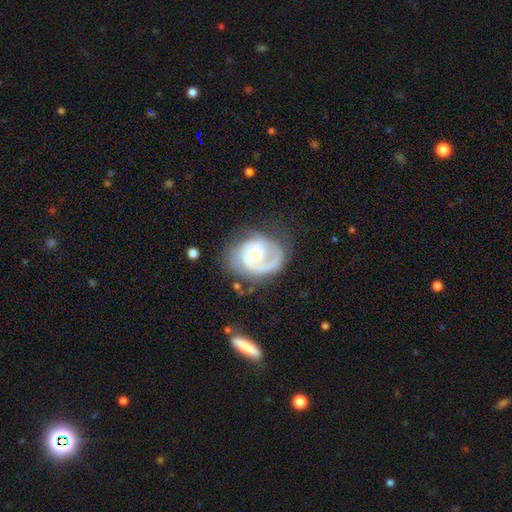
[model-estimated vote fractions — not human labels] Morphology: type=featured or disk (83%); edge-on=no (98%); bar=no (49%); spiral arms=yes (94%); winding=tight (48%); arm count=2 (43%); bulge=small (53%); merging=none (60%).